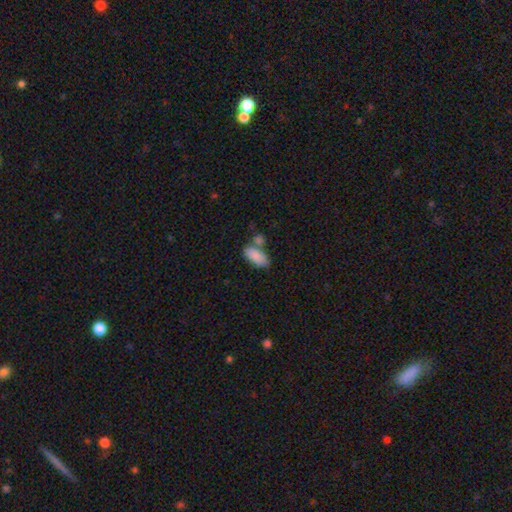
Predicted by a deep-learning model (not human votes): The model was most divided on "merging": none: 56%, merger: 25%, minor disturbance: 15%, major disturbance: 4%. More confident: how rounded — in between (91%); smooth or featured — smooth (86%).